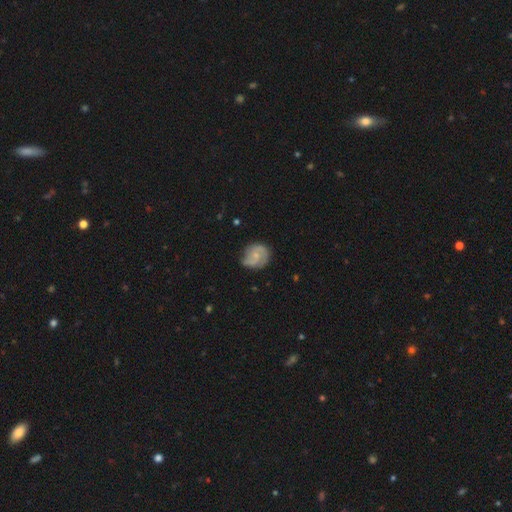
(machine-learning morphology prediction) Smooth or featured?
  - featured or disk: 64% *
  - smooth: 30%
  - star or artifact: 7%
Edge-on disk?
  - no: 98% *
  - yes: 2%
Bar?
  - no: 68% *
  - weak: 28%
  - strong: 4%
Spiral arms?
  - yes: 89% *
  - no: 11%
Spiral winding?
  - medium: 44% *
  - tight: 38%
  - loose: 18%
Spiral arm count?
  - 2: 60% *
  - can't tell: 17%
  - 3: 13%
  - 1: 6%
  - 4: 2%
  - more than 4: 2%
Bulge size?
  - small: 64% *
  - moderate: 24%
  - none: 10%
  - large: 1%
  - dominant: 1%
Merging?
  - none: 64% *
  - minor disturbance: 26%
  - major disturbance: 8%
  - merger: 2%